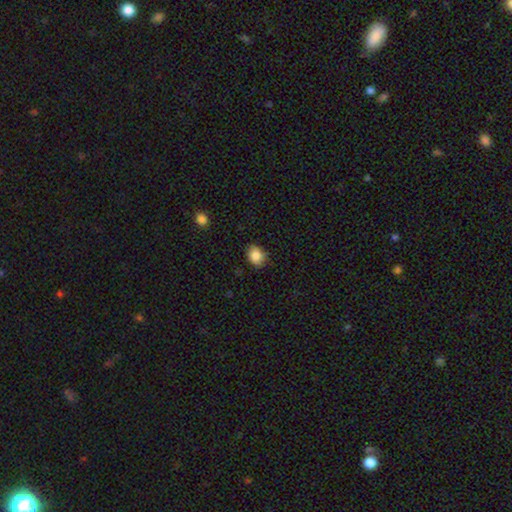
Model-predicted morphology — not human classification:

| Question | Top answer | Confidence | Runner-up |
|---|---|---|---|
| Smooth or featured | smooth | 86% | star or artifact (9%) |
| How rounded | in between | 55% | round (44%) |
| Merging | none | 82% | minor disturbance (14%) |